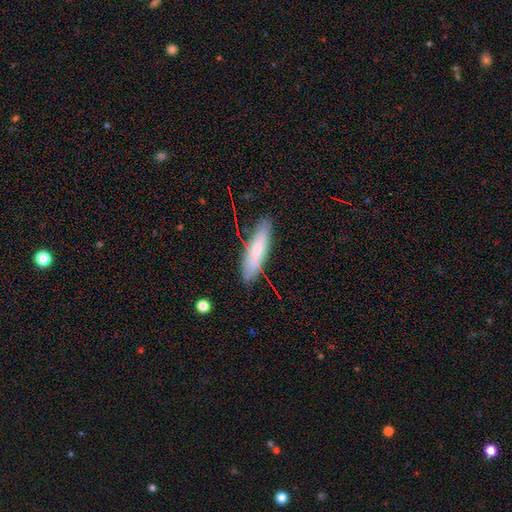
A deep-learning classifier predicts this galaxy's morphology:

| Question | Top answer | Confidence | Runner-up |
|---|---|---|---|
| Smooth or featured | smooth | 69% | featured or disk (24%) |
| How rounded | cigar-shaped | 74% | in between (24%) |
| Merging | none | 81% | minor disturbance (15%) |